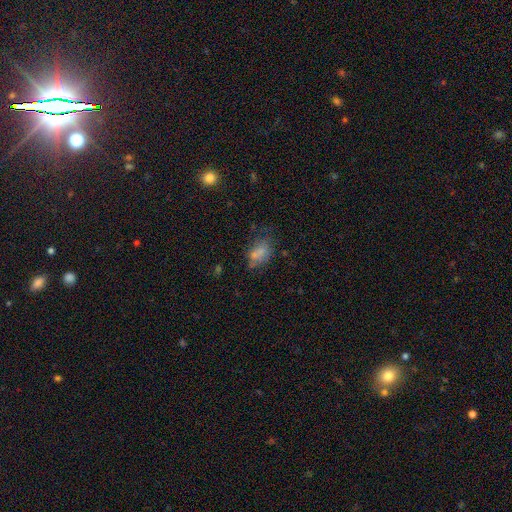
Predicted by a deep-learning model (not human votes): Q: Smooth or featured?
A: smooth (61%); runner-up: star or artifact (20%)
Q: How rounded?
A: in between (80%); runner-up: round (17%)
Q: Merging?
A: none (51%); runner-up: minor disturbance (25%)